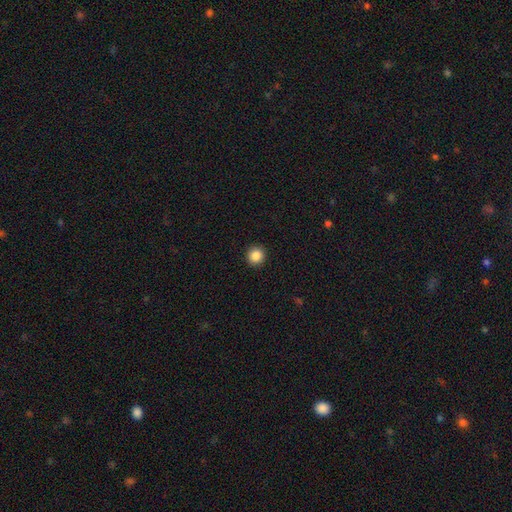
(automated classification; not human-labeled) Smooth or featured? smooth (86%)
How rounded? round (94%)
Merging? none (93%)